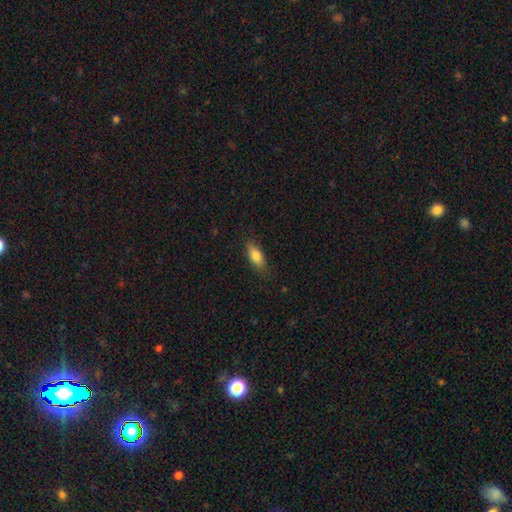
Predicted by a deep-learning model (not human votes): Morphology: type=smooth (80%); roundness=in between (79%); merging=none (81%).